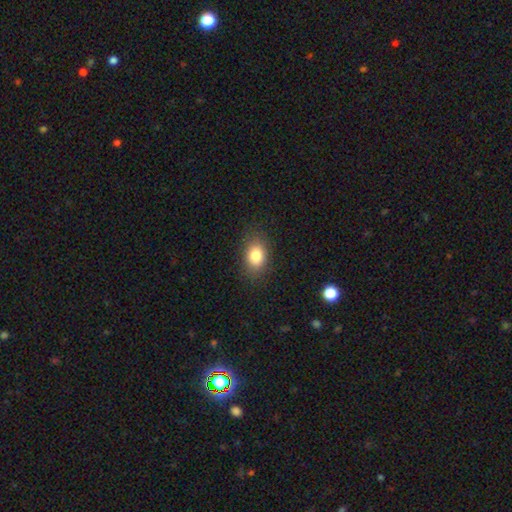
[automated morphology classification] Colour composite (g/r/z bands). It shows a smooth galaxy with no disk features (83%) that is in between round and cigar-shaped (79%). Merging: none (84%).